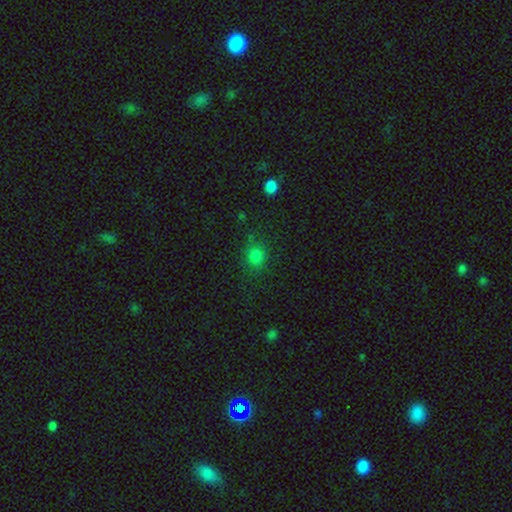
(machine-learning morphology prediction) smooth-or-featured: smooth: 79% | star or artifact: 15% | featured or disk: 5%
  how-rounded: round: 74% | in between: 25% | cigar-shaped: 1%
  merging: none: 77% | minor disturbance: 15% | major disturbance: 6% | merger: 3%